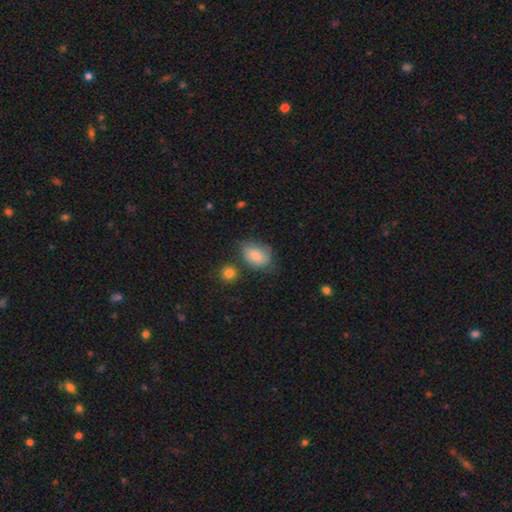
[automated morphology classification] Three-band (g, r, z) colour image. It shows a smooth galaxy with no disk features (81%) that is in between round and cigar-shaped (80%). Merging: none (49%).